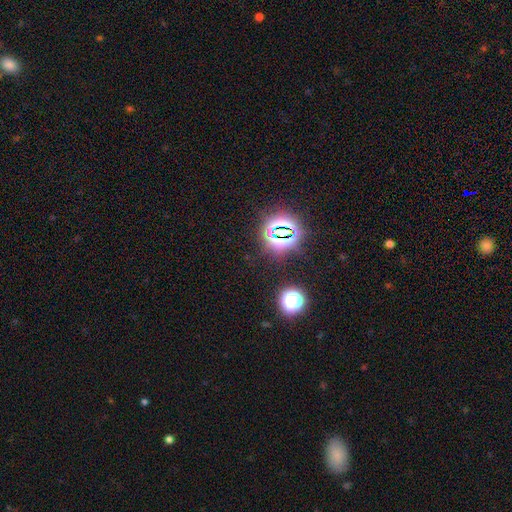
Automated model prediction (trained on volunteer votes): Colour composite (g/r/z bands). It shows a star or artifact, not a galaxy (77%).